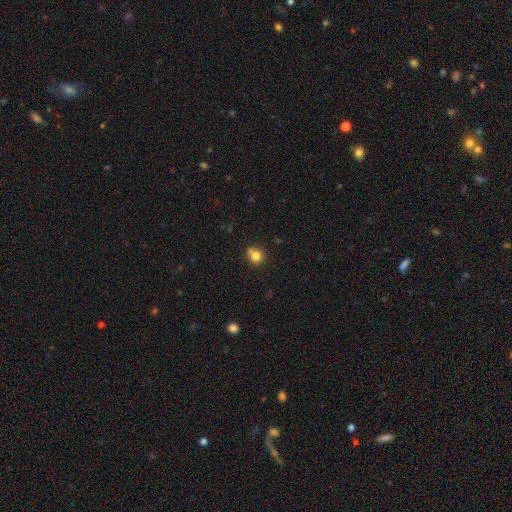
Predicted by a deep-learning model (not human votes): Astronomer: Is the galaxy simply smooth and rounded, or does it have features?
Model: smooth — 78%.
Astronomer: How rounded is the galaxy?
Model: round — 85%.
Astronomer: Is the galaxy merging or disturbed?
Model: none — 62%.